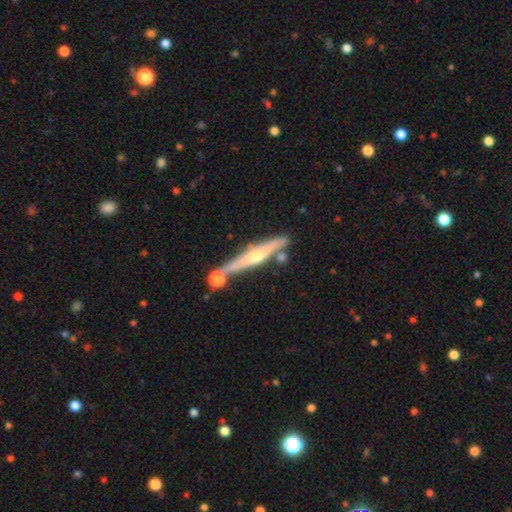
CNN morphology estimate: featured or disk 76%, smooth 18%, star or artifact 6%. Down the decision tree: edge-on disk — yes (96%); edge-on bulge — rounded (84%); merging — none (77%).